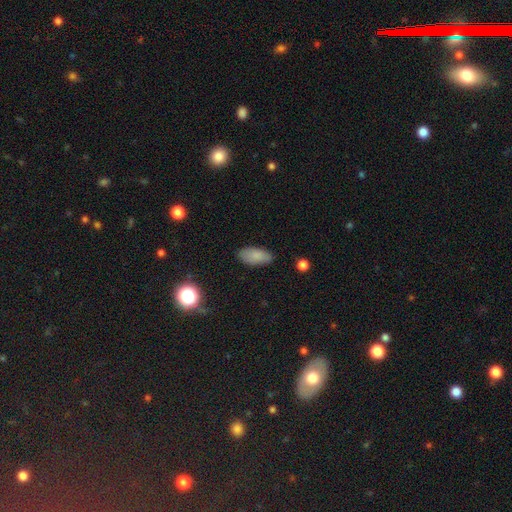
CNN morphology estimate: type=smooth (84%); roundness=in between (91%); merging=none (82%).